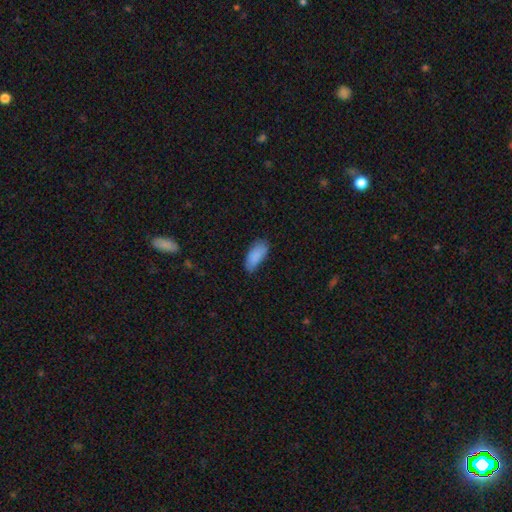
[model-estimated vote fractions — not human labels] Smooth or featured?
  - smooth: 86% *
  - featured or disk: 7%
  - star or artifact: 6%
How rounded?
  - in between: 88% *
  - cigar-shaped: 10%
  - round: 2%
Merging?
  - none: 67% *
  - minor disturbance: 27%
  - major disturbance: 5%
  - merger: 1%